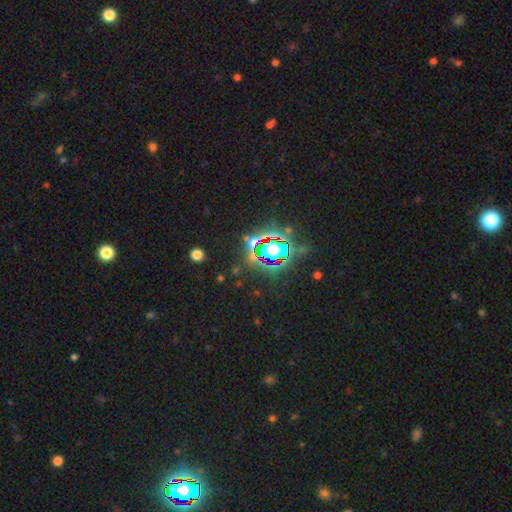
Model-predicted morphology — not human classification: Q: Smooth or featured?
A: star or artifact (80%); runner-up: smooth (12%)